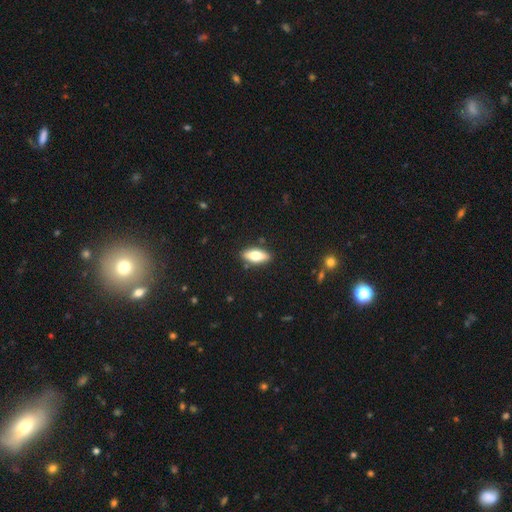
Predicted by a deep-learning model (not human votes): This appears to be a smooth galaxy with no disk features (69%) that is in between round and cigar-shaped (80%). Merging: none (87%).